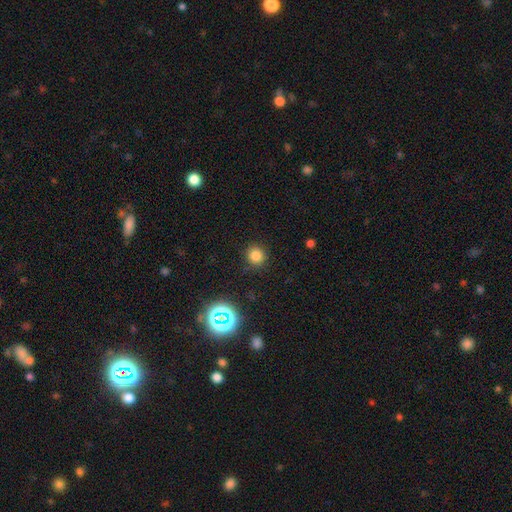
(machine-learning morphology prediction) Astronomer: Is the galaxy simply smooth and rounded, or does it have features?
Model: smooth — 79%.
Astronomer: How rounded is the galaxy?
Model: round — 91%.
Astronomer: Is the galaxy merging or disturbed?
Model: none — 89%.